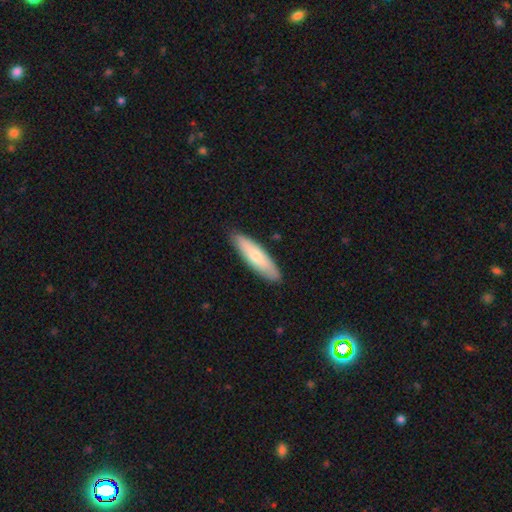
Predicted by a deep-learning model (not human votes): A smooth galaxy with no disk features (72%) that is cigar-shaped (66%). Merging: none (87%).